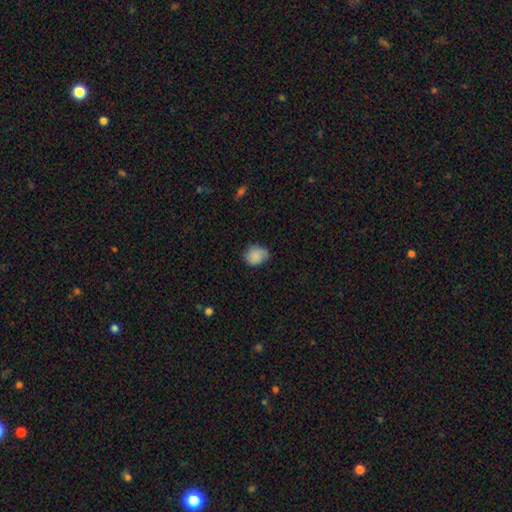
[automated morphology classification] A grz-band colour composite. It shows a smooth galaxy with no disk features (81%) that is round (63%). Merging: none (63%).